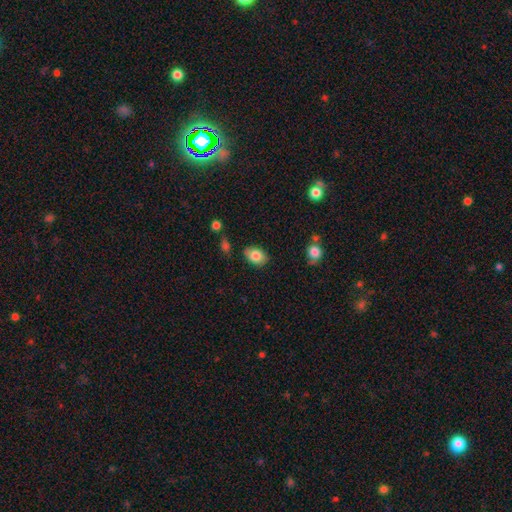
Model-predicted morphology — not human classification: Smooth or featured?
  - smooth: 82% *
  - featured or disk: 10%
  - star or artifact: 8%
How rounded?
  - in between: 82% *
  - round: 16%
  - cigar-shaped: 1%
Merging?
  - none: 81% *
  - minor disturbance: 14%
  - major disturbance: 3%
  - merger: 2%